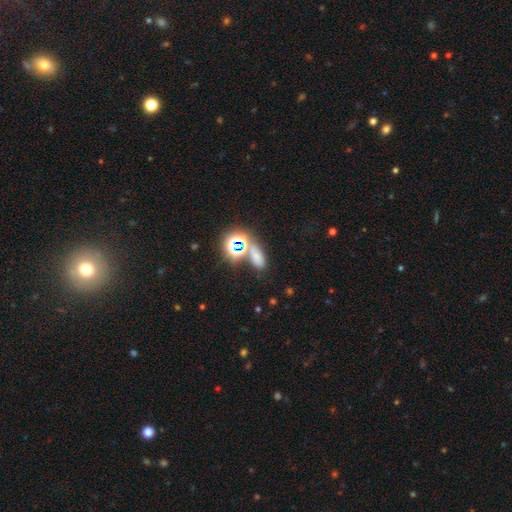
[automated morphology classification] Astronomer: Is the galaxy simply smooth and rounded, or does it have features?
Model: smooth — 52% (runner-up: star or artifact, 38%).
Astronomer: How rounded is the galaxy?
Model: in between — 74%.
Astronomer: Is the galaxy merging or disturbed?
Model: none — 59%.